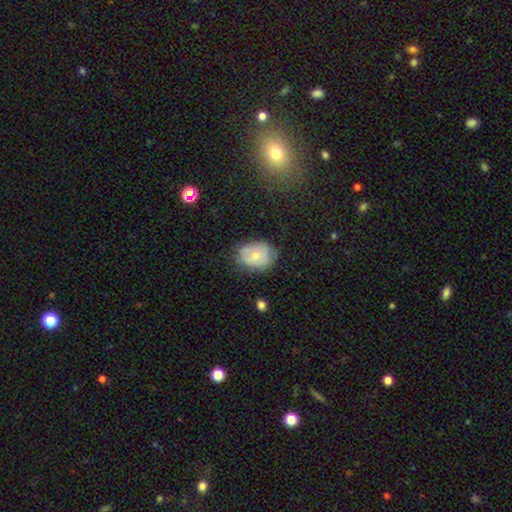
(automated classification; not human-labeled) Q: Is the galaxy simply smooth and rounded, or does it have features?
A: smooth — 60%.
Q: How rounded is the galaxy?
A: in between — 58%.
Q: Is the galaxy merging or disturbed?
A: none — 65%.